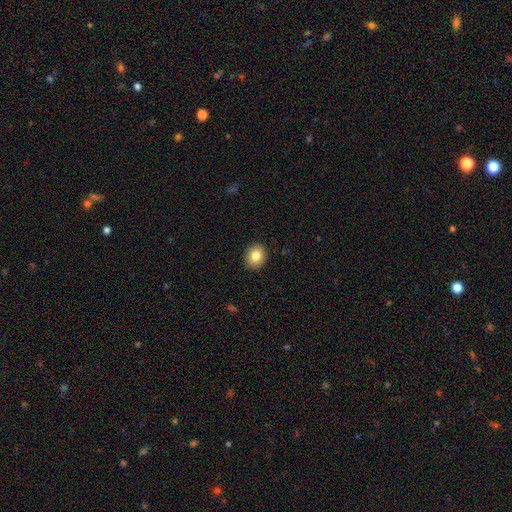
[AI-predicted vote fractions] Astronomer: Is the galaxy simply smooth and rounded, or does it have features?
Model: smooth — 83%.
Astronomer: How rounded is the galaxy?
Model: round — 66%.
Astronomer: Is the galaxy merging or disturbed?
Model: none — 90%.